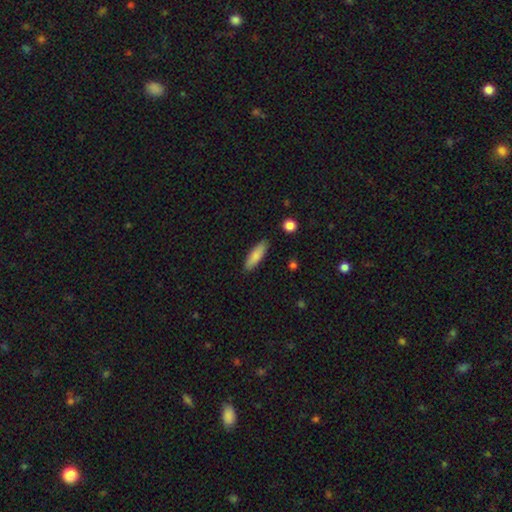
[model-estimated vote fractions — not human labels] smooth-or-featured: smooth: 83% | featured or disk: 11% | star or artifact: 6%
  how-rounded: cigar-shaped: 51% | in between: 47% | round: 2%
  merging: none: 88% | minor disturbance: 9% | major disturbance: 2% | merger: 2%